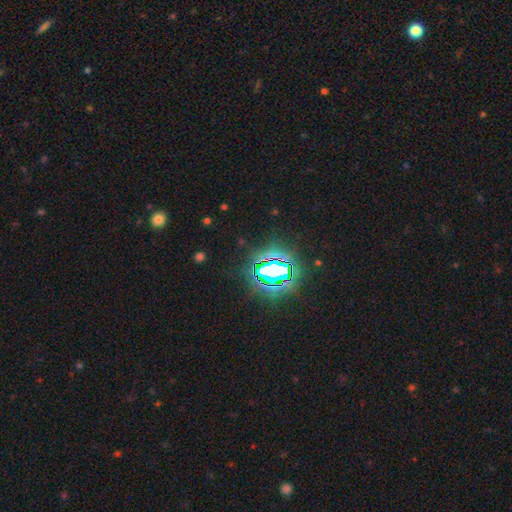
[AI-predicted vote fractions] Smooth or featured? star or artifact (78%)